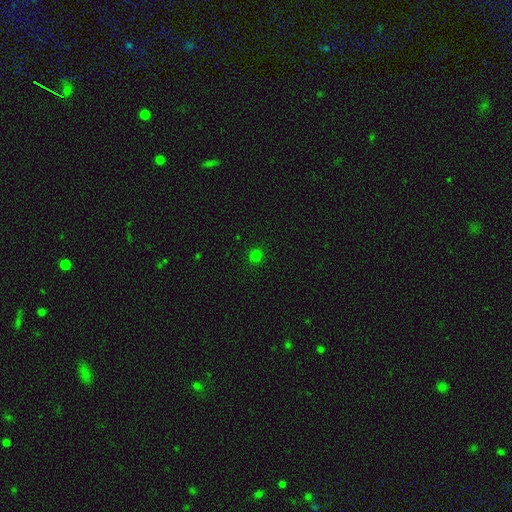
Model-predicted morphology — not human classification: smooth_or_featured: smooth (p=0.76) [alt: star or artifact p=0.20]
how_rounded: round (p=0.93) [alt: in between p=0.06]
merging: none (p=0.92) [alt: minor disturbance p=0.05]